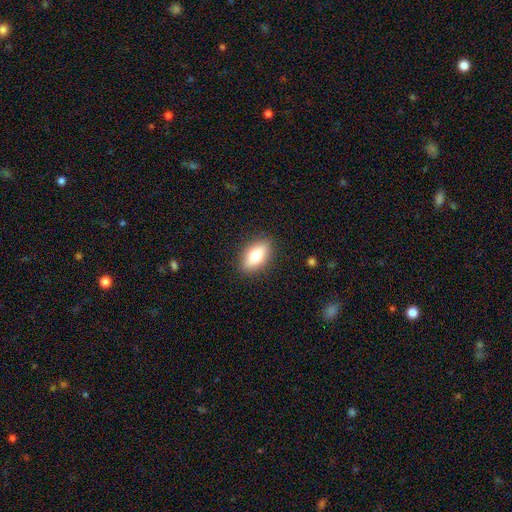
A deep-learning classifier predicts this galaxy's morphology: The model was most divided on "smooth or featured": smooth: 72%, featured or disk: 20%, star or artifact: 8%. More confident: merging — none (88%); how rounded — in between (86%).